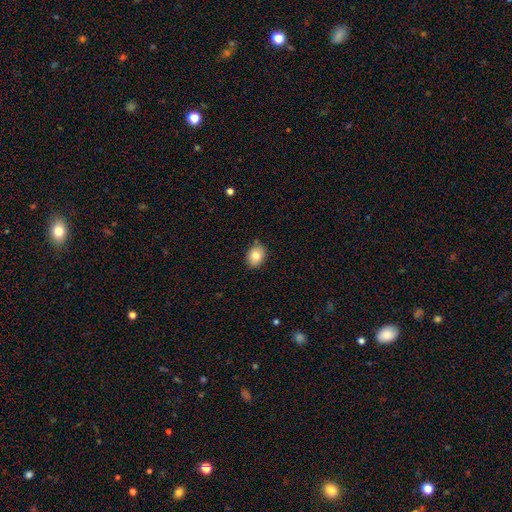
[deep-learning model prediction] This appears to be a smooth galaxy with no disk features (82%) that is in between round and cigar-shaped (56%). Merging: none (85%).